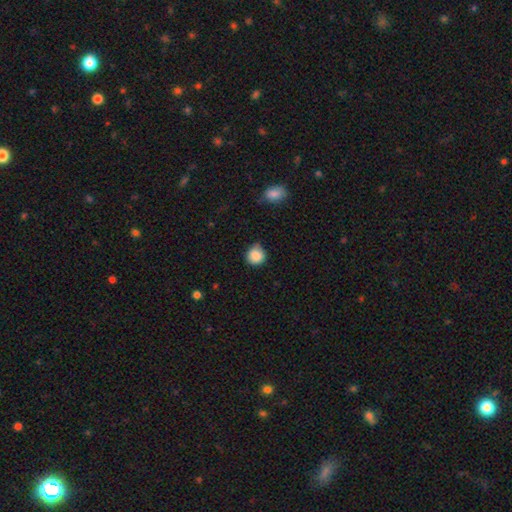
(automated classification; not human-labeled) smooth_or_featured: smooth (p=0.87) [alt: star or artifact p=0.09]
how_rounded: round (p=0.89) [alt: in between p=0.10]
merging: none (p=0.73) [alt: minor disturbance p=0.22]